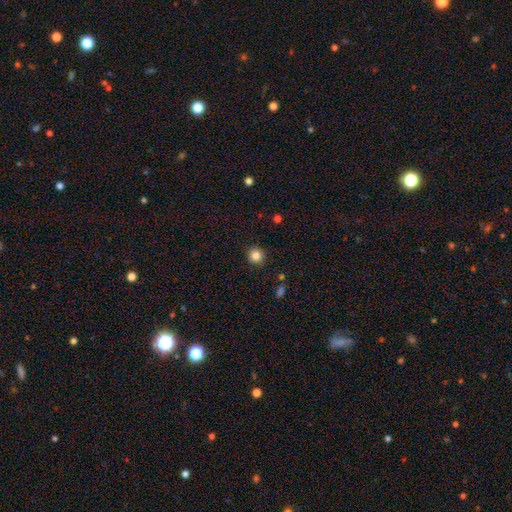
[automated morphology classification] smooth_or_featured: smooth (p=0.84) [alt: star or artifact p=0.11]
how_rounded: round (p=0.91) [alt: in between p=0.09]
merging: none (p=0.91) [alt: minor disturbance p=0.06]